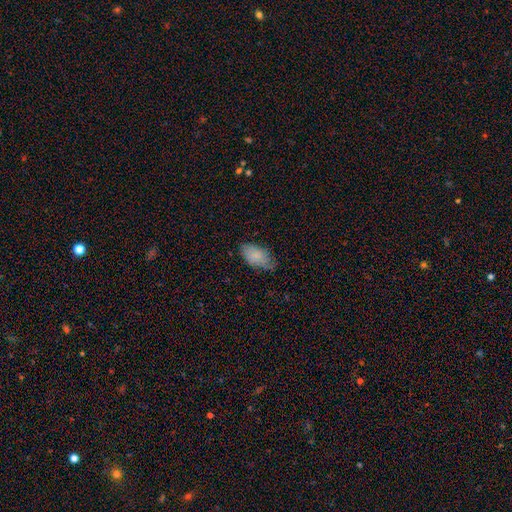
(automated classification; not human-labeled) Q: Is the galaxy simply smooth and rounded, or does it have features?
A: smooth — 81%.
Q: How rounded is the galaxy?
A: in between — 94%.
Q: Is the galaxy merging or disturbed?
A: none — 57%.